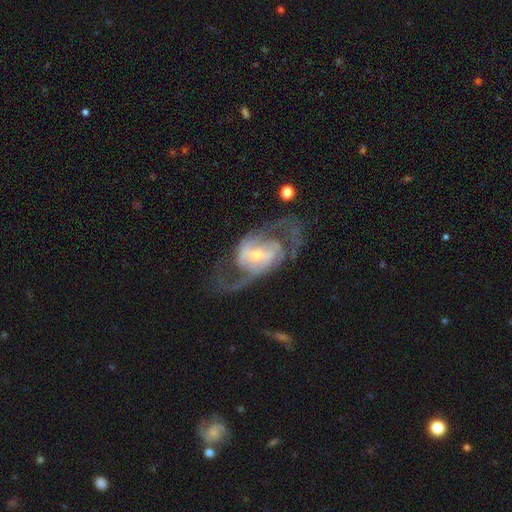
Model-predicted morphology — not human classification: Q: Smooth or featured?
A: featured or disk (87%); runner-up: smooth (7%)
Q: Edge-on disk?
A: no (96%); runner-up: yes (4%)
Q: Bar?
A: weak (39%); runner-up: no (36%)
Q: Spiral arms?
A: yes (93%); runner-up: no (7%)
Q: Spiral winding?
A: medium (52%); runner-up: loose (25%)
Q: Spiral arm count?
A: 2 (84%); runner-up: can't tell (7%)
Q: Bulge size?
A: small (56%); runner-up: moderate (38%)
Q: Merging?
A: none (65%); runner-up: major disturbance (18%)